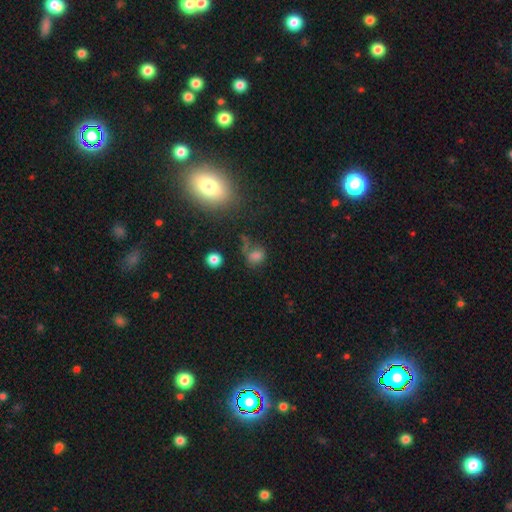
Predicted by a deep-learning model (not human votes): Q: Smooth or featured?
A: smooth (67%); runner-up: star or artifact (23%)
Q: How rounded?
A: in between (53%); runner-up: round (45%)
Q: Merging?
A: none (50%); runner-up: minor disturbance (21%)